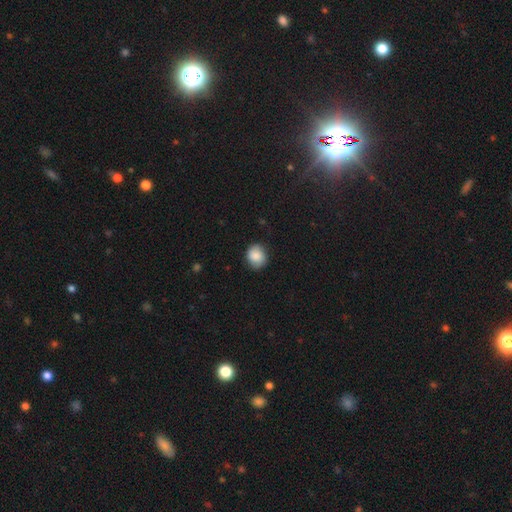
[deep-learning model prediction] smooth-or-featured: smooth: 87% | star or artifact: 8% | featured or disk: 6%
  how-rounded: round: 68% | in between: 31% | cigar-shaped: 1%
  merging: none: 82% | minor disturbance: 15% | major disturbance: 3% | merger: 1%